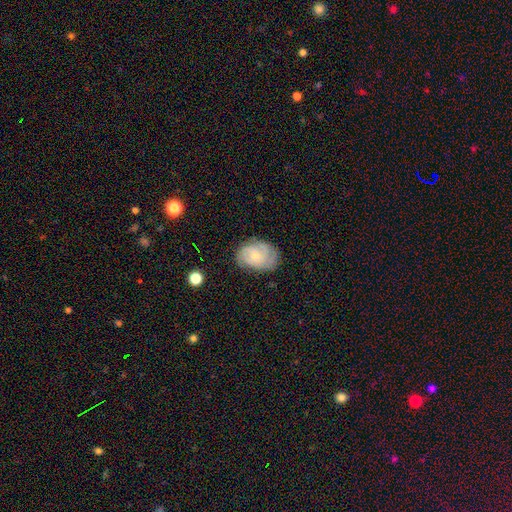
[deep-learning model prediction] smooth_or_featured: featured or disk (p=0.61) [alt: smooth p=0.32]
disk_edge_on: no (p=0.97) [alt: yes p=0.03]
bar: no (p=0.71) [alt: weak p=0.26]
has_spiral_arms: yes (p=0.89) [alt: no p=0.11]
spiral_winding: tight (p=0.53) [alt: medium p=0.36]
spiral_arm_count: can't tell (p=0.36) [alt: 3 p=0.24]
bulge_size: small (p=0.60) [alt: moderate p=0.30]
merging: none (p=0.70) [alt: minor disturbance p=0.21]